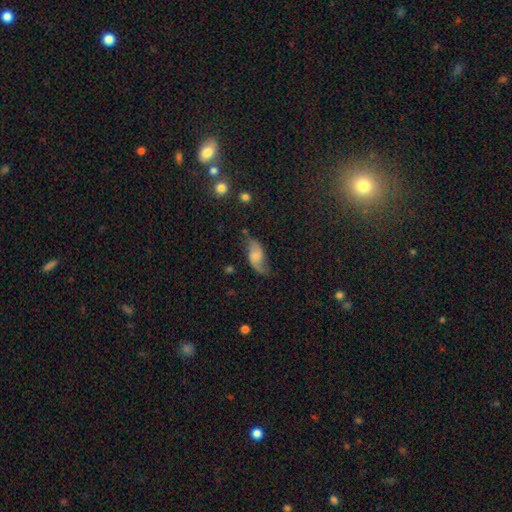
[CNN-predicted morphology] A featured or disk galaxy (57%) with no bar (60%), spiral arms (89%) and a small central bulge (36%, tied with moderate). Merging: none (59%).